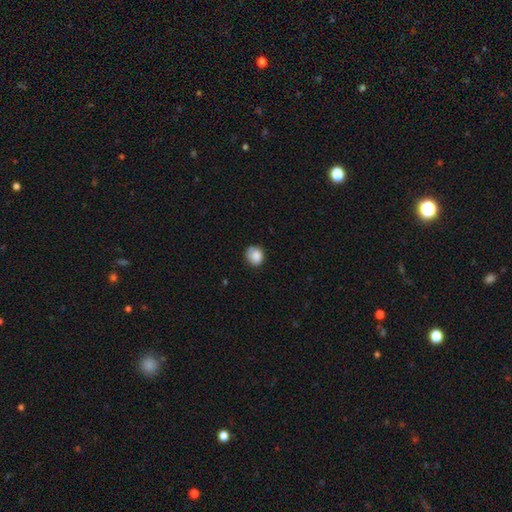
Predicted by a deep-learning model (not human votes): The model was most divided on "merging": none: 70%, minor disturbance: 23%, major disturbance: 5%, merger: 2%. More confident: smooth or featured — smooth (84%); how rounded — round (79%).